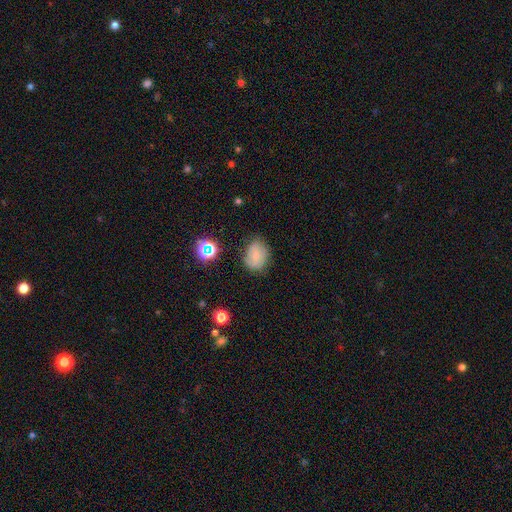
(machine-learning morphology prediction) Smooth or featured?
  - smooth: 71% *
  - featured or disk: 17%
  - star or artifact: 13%
How rounded?
  - in between: 57% *
  - round: 42%
  - cigar-shaped: 1%
Merging?
  - none: 68% *
  - minor disturbance: 24%
  - major disturbance: 6%
  - merger: 2%